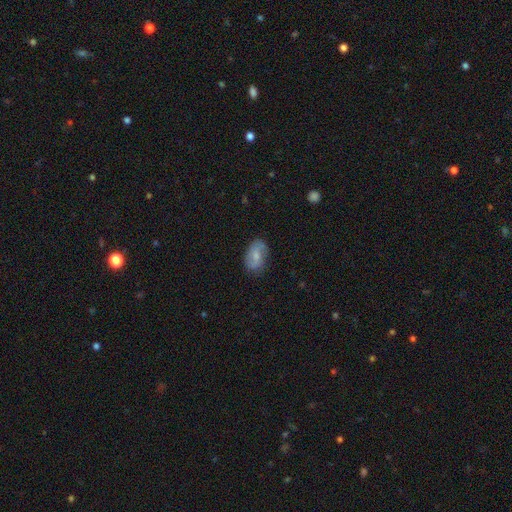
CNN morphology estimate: Smooth or featured: smooth — 51% (featured or disk — 42%)
How rounded: in between — 88% (round — 10%)
Merging: none — 73% (minor disturbance — 20%)